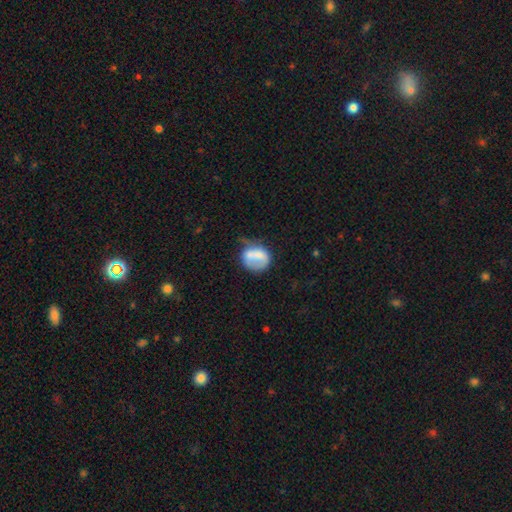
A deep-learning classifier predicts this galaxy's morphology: A smooth galaxy with no disk features (64%) that is round (64%). Merging: none (34%).